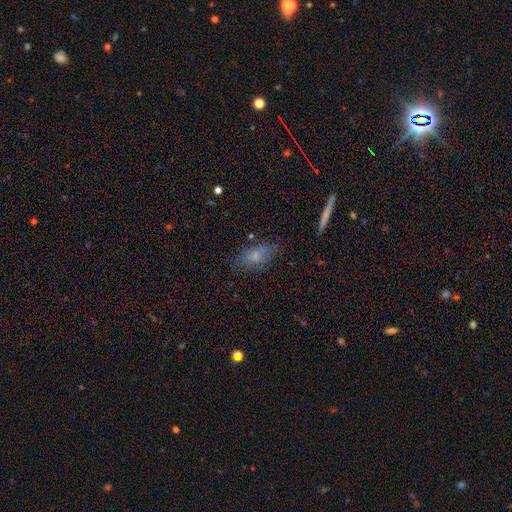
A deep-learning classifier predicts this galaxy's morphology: Smooth or featured: smooth — 74% (featured or disk — 16%)
How rounded: in between — 84% (cigar-shaped — 9%)
Merging: none — 74% (minor disturbance — 19%)